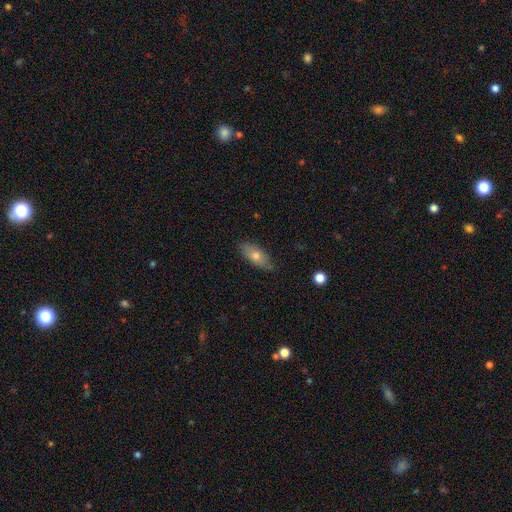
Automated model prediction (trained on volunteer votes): This is likely a smooth galaxy (67%). How rounded: likely in between (78%). Merging: clearly none (81%).